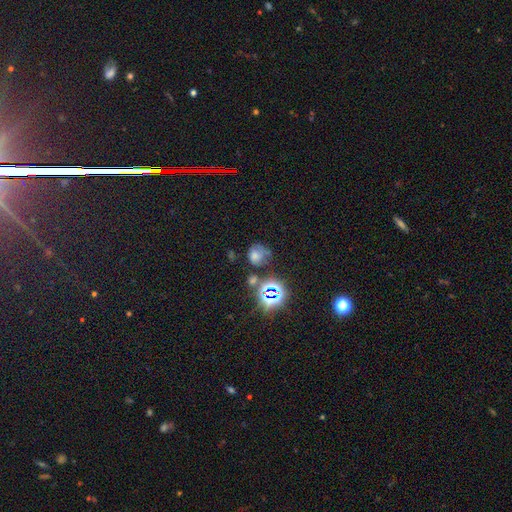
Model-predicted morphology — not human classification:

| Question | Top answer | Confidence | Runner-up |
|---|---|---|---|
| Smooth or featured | smooth | 52% | star or artifact (30%) |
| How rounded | round | 67% | in between (32%) |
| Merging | none | 43% | minor disturbance (25%) |